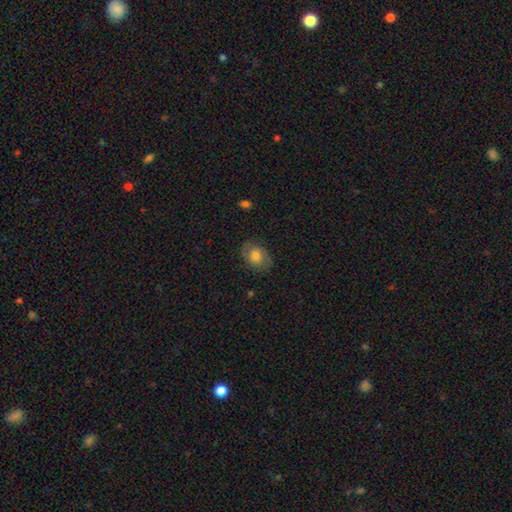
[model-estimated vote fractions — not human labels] Smooth or featured? Predicted: smooth (p=0.52). How rounded? Predicted: in between (p=0.64). Merging? Predicted: none (p=0.78).